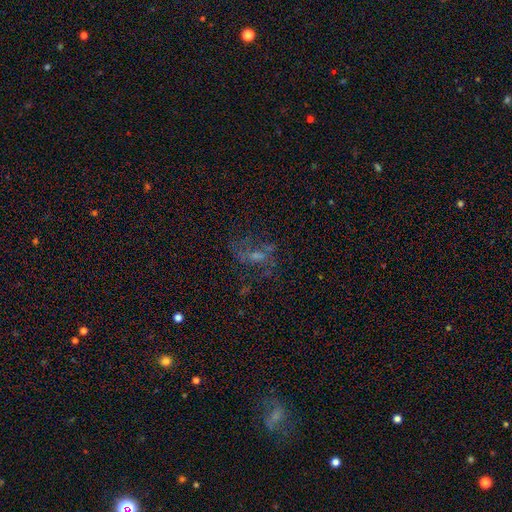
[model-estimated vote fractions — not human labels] Smooth or featured: featured or disk — 52% (smooth — 27%)
Edge-on disk: no — 95% (yes — 5%)
Merging: none — 48% (major disturbance — 31%)